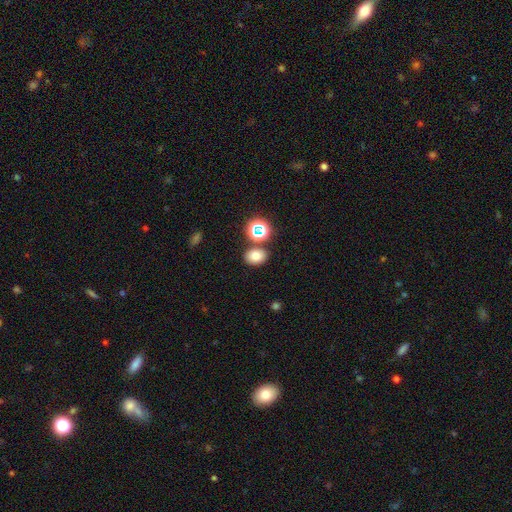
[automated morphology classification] A smooth galaxy with no disk features (74%) that is in between round and cigar-shaped (64%). Merging: none (77%).